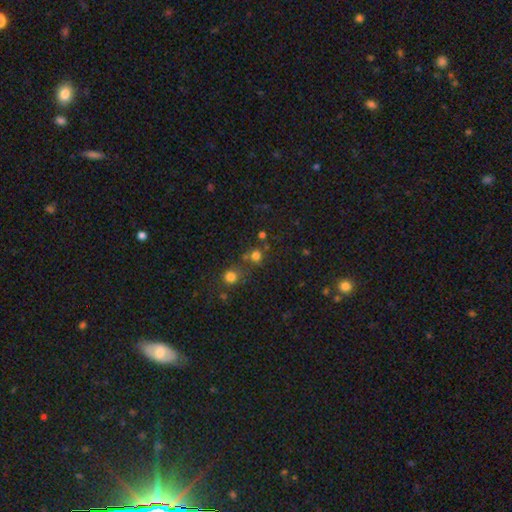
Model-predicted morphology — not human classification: The model was most divided on "merging": none: 64%, merger: 22%, minor disturbance: 10%, major disturbance: 5%. More confident: how rounded — round (86%); smooth or featured — smooth (70%).